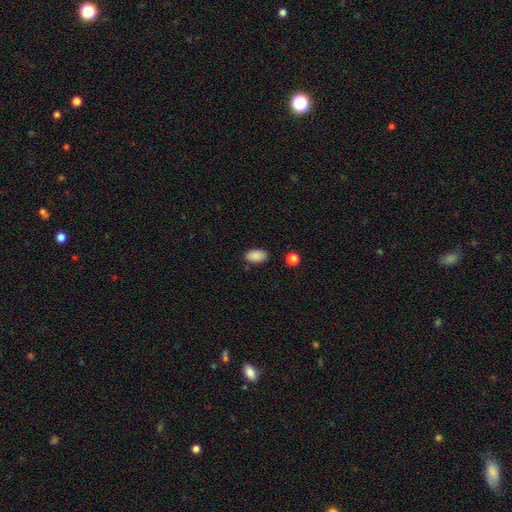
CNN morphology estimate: A smooth galaxy with no disk features (89%) that is in between round and cigar-shaped (93%). Merging: none (85%).